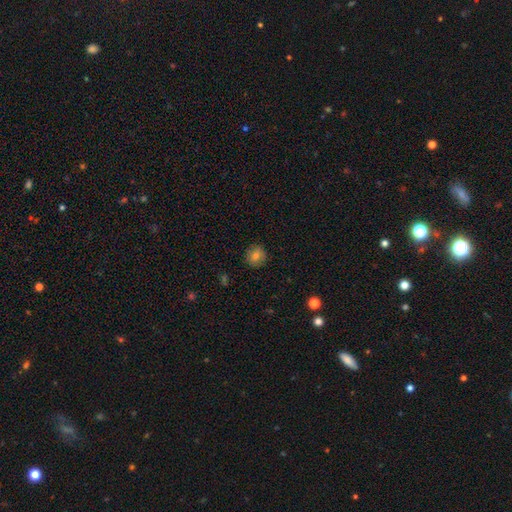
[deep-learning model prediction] smooth-or-featured: smooth: 76% | featured or disk: 13% | star or artifact: 11%
  how-rounded: round: 89% | in between: 10% | cigar-shaped: 1%
  merging: none: 89% | minor disturbance: 8% | major disturbance: 2% | merger: 1%